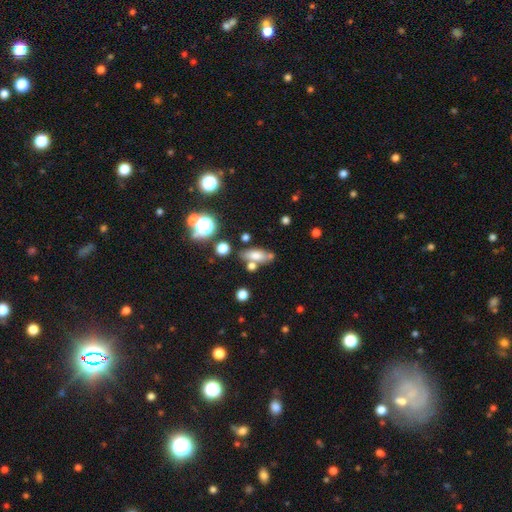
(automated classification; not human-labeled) This is likely a smooth galaxy (68%). How rounded: likely in between (69%). Merging: likely none (64%).